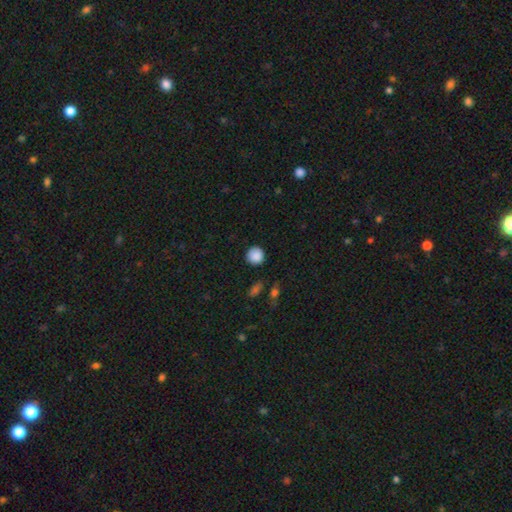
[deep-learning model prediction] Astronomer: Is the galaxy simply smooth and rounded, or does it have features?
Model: smooth — 88%.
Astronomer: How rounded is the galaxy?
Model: round — 93%.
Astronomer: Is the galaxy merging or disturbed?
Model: none — 89%.